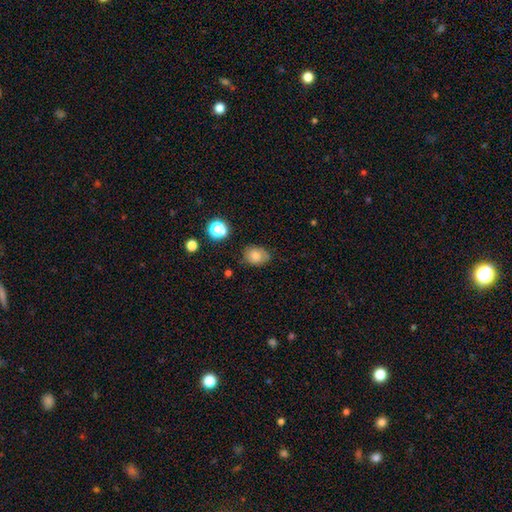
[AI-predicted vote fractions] The model was most divided on "how rounded": in between: 64%, round: 35%, cigar-shaped: 1%. More confident: smooth or featured — smooth (76%); merging — none (71%).